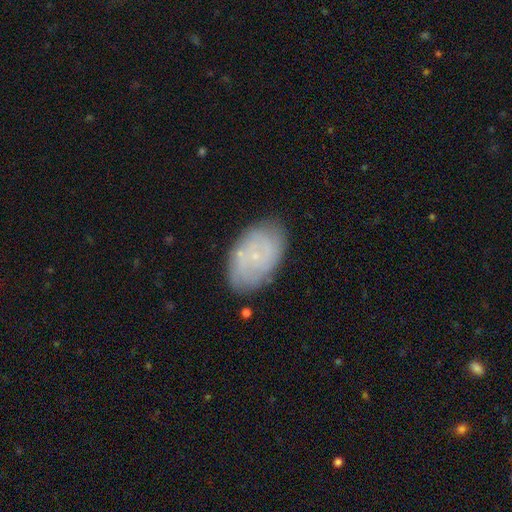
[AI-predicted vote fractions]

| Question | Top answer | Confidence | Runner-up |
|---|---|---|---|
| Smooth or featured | featured or disk | 56% | smooth (35%) |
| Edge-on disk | no | 95% | yes (5%) |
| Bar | no | 79% | weak (18%) |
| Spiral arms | yes | 73% | no (27%) |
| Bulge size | small | 84% | moderate (7%) |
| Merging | none | 77% | minor disturbance (16%) |